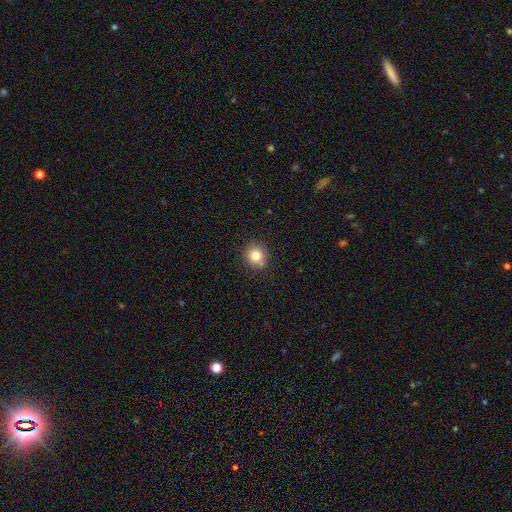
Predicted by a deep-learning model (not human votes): A smooth galaxy with no disk features (81%) that is round (89%).

Vote fractions:
- Smooth or featured? smooth: 81% / star or artifact: 12% / featured or disk: 7%
- How rounded? round: 89% / in between: 10% / cigar-shaped: 1%
- Merging? none: 83% / minor disturbance: 10% / merger: 4% / major disturbance: 2%